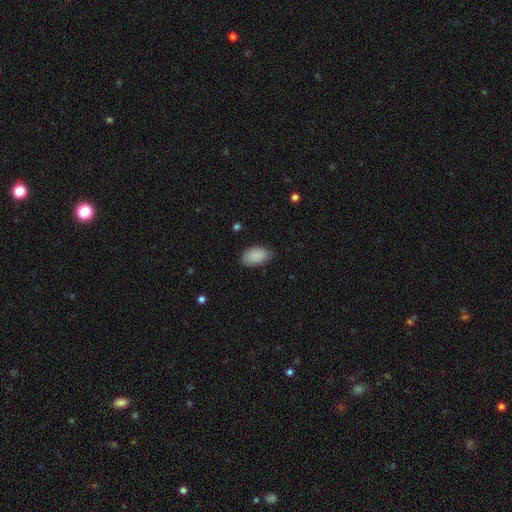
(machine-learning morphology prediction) Overall: smooth (90%). How rounded: in between (94%). Merging: none (81%).